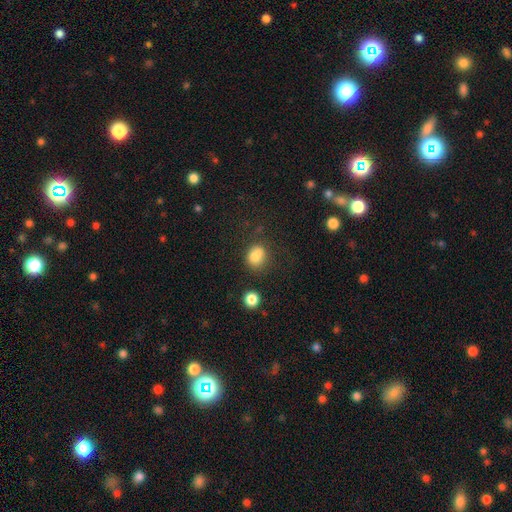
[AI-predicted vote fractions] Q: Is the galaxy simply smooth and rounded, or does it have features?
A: smooth — 76%.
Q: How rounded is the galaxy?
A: round — 62%.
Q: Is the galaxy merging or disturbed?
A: none — 40%.